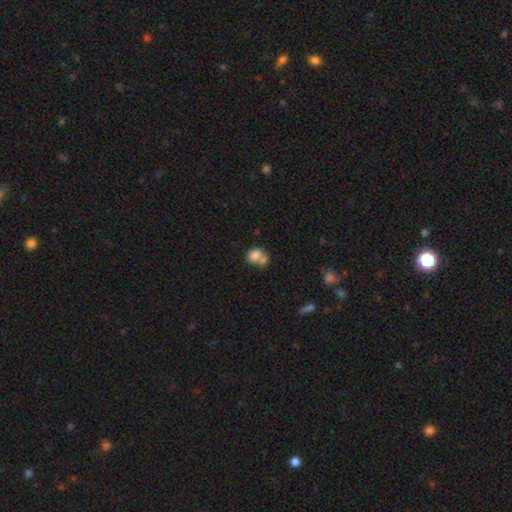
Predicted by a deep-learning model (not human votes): smooth 79%, featured or disk 12%, star or artifact 9%. Down the decision tree: how rounded — round (58%); merging — merger (54%).